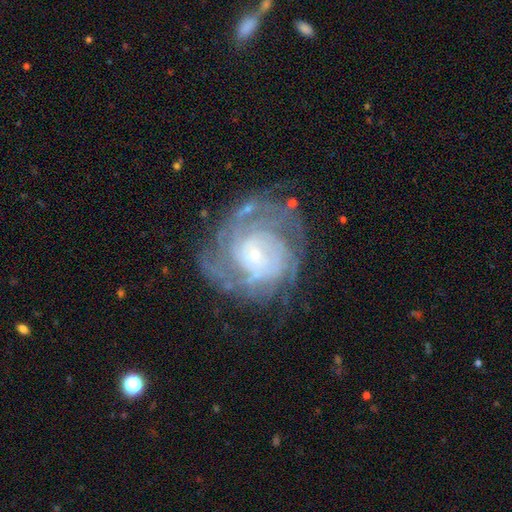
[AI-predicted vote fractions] The model was most divided on "spiral arm count": can't tell: 37%, 4: 17%, 3: 14%, more than 4: 13%, 2: 12%, 1: 6%. More confident: edge-on disk — no (97%); spiral arms — yes (93%); smooth or featured — featured or disk (84%); bulge size — small (79%); bar — no (73%); spiral winding — tight (70%); merging — none (69%).